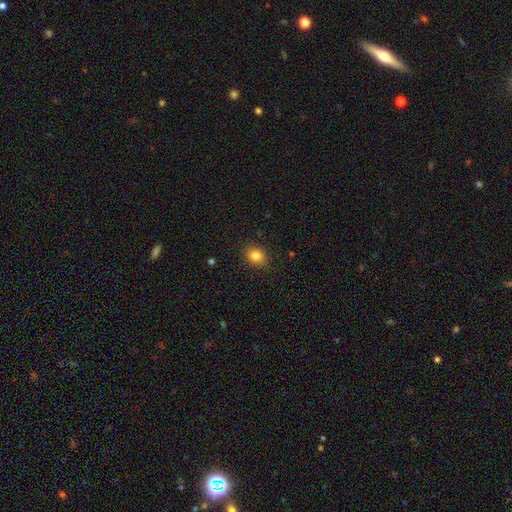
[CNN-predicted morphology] Smooth or featured: smooth — 84% (star or artifact — 10%)
How rounded: round — 53% (in between — 46%)
Merging: none — 88% (minor disturbance — 9%)